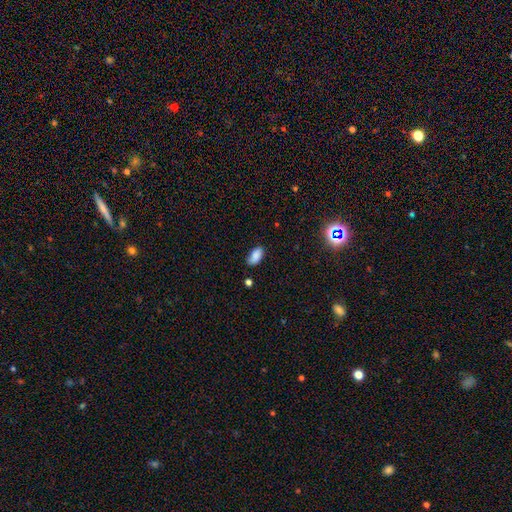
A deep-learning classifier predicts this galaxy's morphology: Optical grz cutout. It shows a smooth galaxy with no disk features (85%) that is in between round and cigar-shaped (93%). Merging: none (74%).